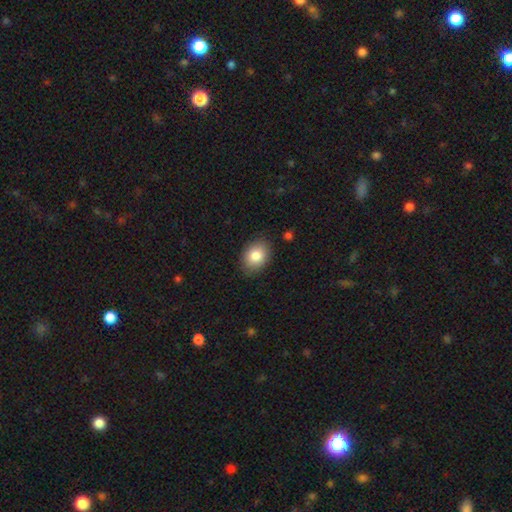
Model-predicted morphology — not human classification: Q: Smooth or featured?
A: smooth (84%); runner-up: featured or disk (9%)
Q: How rounded?
A: in between (67%); runner-up: round (32%)
Q: Merging?
A: none (86%); runner-up: minor disturbance (10%)